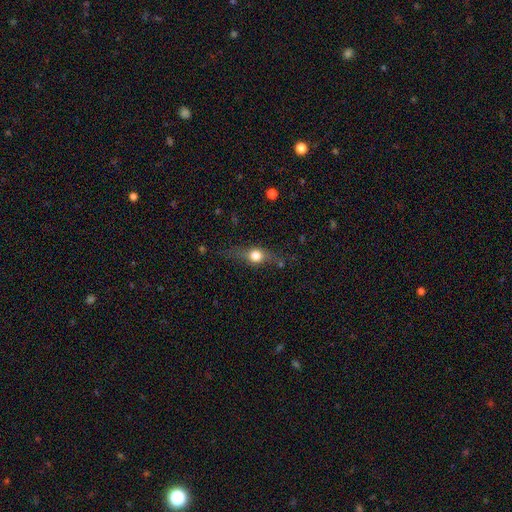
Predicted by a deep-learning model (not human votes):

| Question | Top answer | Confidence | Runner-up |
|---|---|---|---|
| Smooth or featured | smooth | 48% | featured or disk (41%) |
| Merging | none | 70% | minor disturbance (19%) |